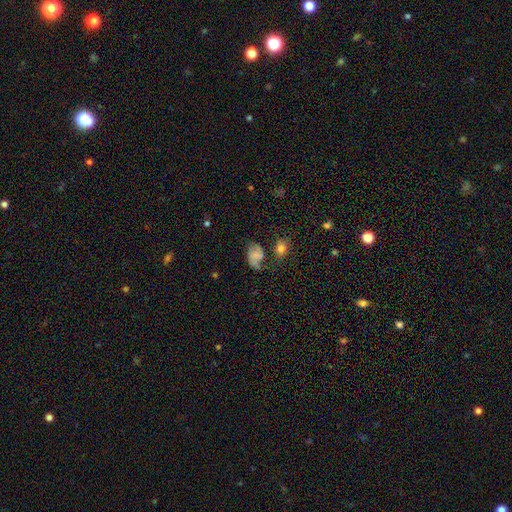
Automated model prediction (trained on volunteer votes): smooth-or-featured: smooth: 50% | featured or disk: 38% | star or artifact: 12%
  merging: none: 44% | minor disturbance: 27% | major disturbance: 18% | merger: 11%